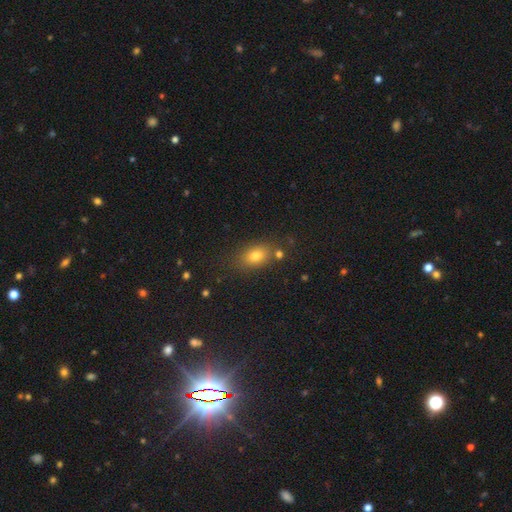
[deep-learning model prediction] Smooth or featured? smooth (76%)
How rounded? in between (78%)
Merging? none (76%)